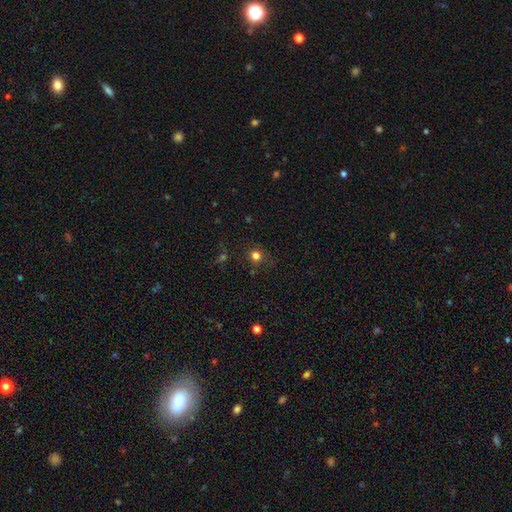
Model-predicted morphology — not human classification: Overall: smooth (76%). How rounded: round (86%). Merging: none (80%).